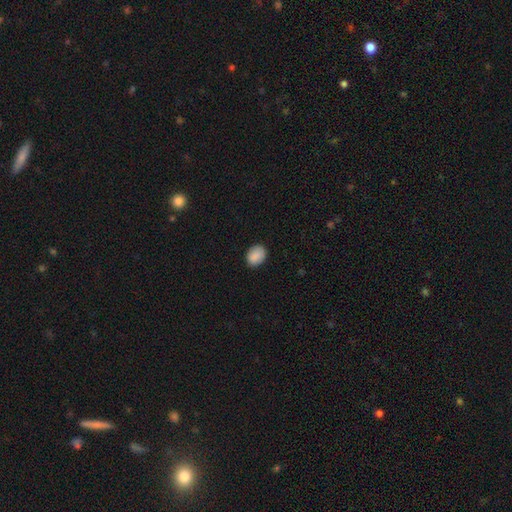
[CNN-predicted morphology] This is clearly a smooth galaxy (89%). How rounded: likely in between (66%). Merging: clearly none (86%).